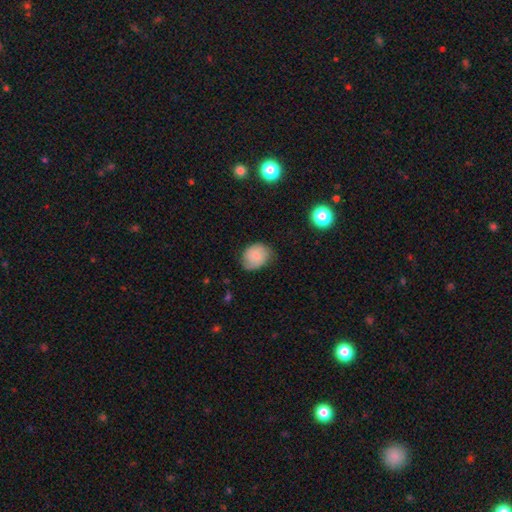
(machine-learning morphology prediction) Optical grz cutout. It shows a smooth galaxy with no disk features (72%) that is round (51%). Merging: none (65%).